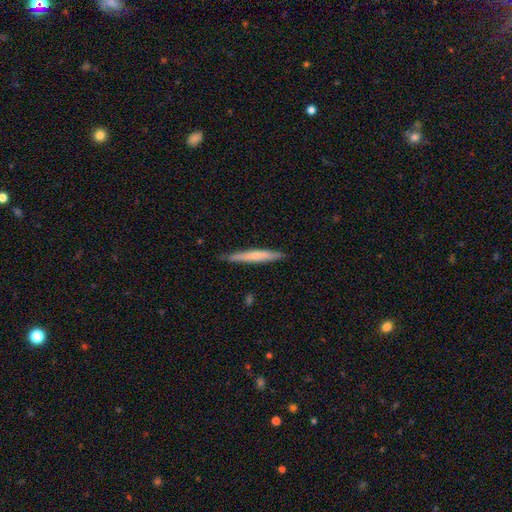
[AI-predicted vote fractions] Overall: smooth (59%; featured or disk 36%). How rounded: cigar-shaped (95%). Merging: none (87%).